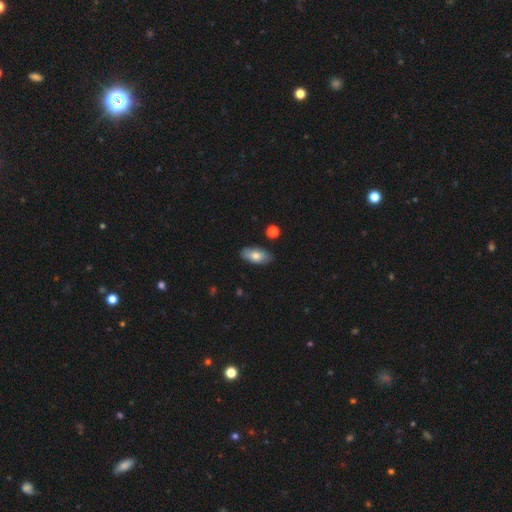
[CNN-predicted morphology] Smooth or featured? smooth (75%)
How rounded? in between (90%)
Merging? none (84%)